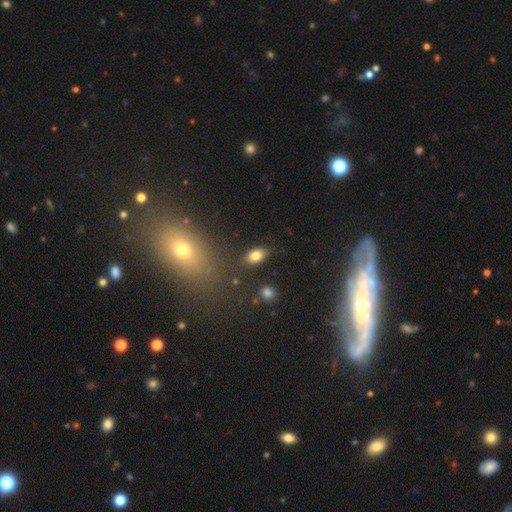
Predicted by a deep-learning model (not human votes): The model was most divided on "smooth or featured": smooth: 81%, star or artifact: 10%, featured or disk: 9%. More confident: how rounded — in between (90%); merging — none (85%).